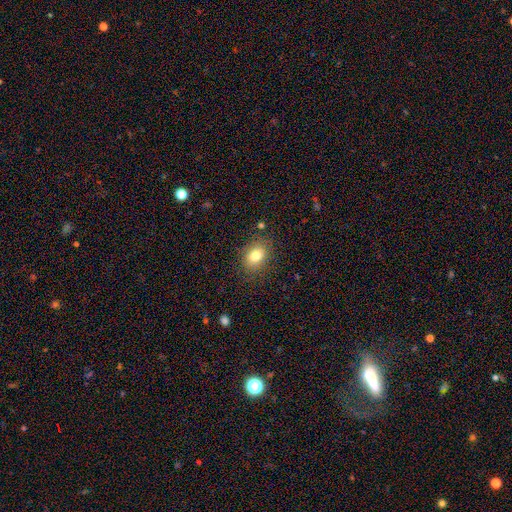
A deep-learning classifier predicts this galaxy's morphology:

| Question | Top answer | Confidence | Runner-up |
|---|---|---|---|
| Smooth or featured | smooth | 80% | star or artifact (10%) |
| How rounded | in between | 69% | round (30%) |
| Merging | none | 82% | minor disturbance (12%) |